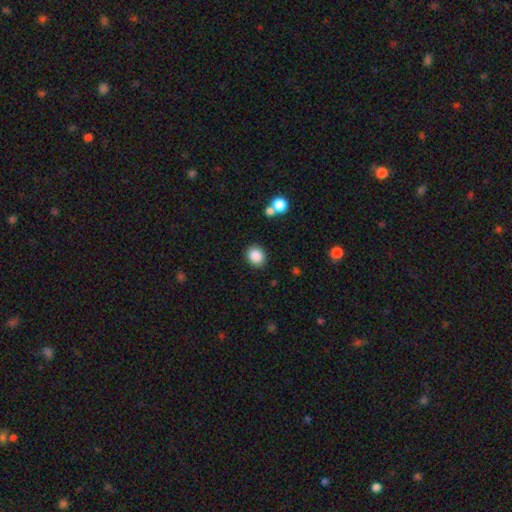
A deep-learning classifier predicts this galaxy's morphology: Overall: smooth (87%). How rounded: round (68%; in between 31%). Merging: none (87%).